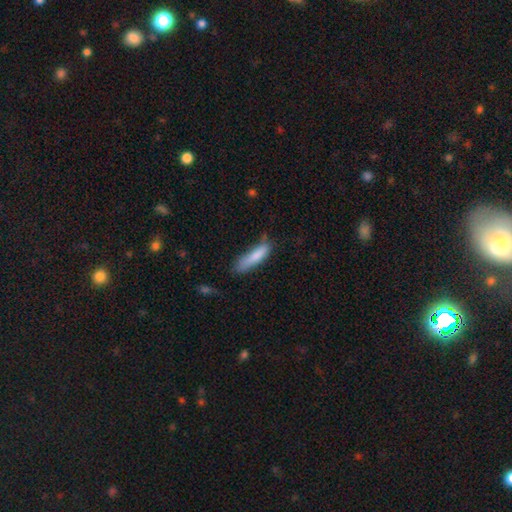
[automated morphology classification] This is clearly a smooth galaxy (81%). How rounded: likely cigar-shaped (73%). Merging: possibly none (53%).